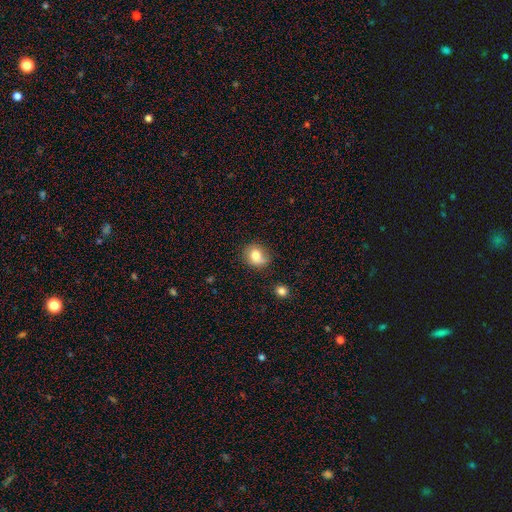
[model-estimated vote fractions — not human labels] Q: Smooth or featured?
A: smooth (77%); runner-up: featured or disk (13%)
Q: How rounded?
A: round (70%); runner-up: in between (29%)
Q: Merging?
A: none (70%); runner-up: minor disturbance (22%)